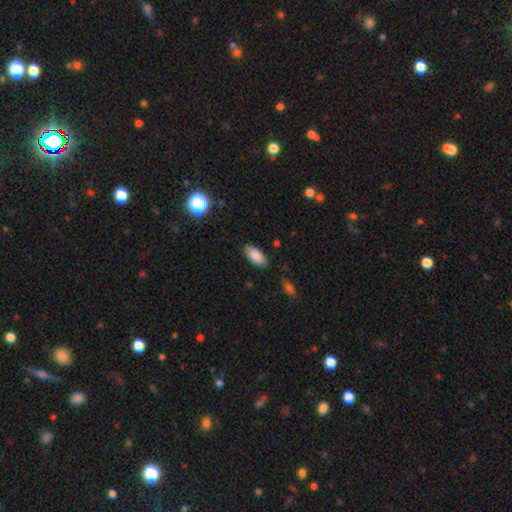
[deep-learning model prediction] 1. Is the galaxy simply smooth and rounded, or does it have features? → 85% smooth, 8% featured or disk, 7% star or artifact.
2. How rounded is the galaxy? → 89% in between, 9% cigar-shaped, 2% round.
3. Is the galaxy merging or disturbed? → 86% none, 10% minor disturbance, 2% major disturbance, 1% merger.